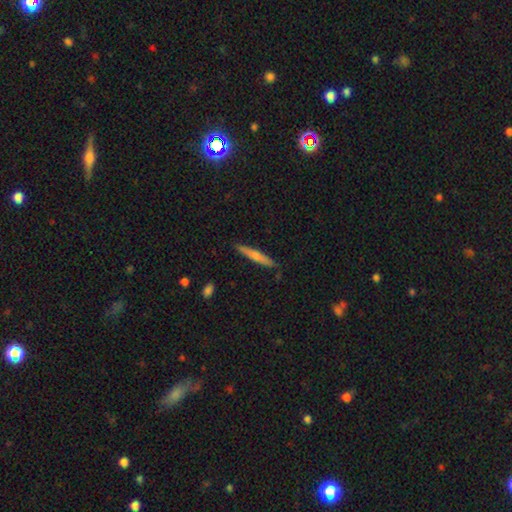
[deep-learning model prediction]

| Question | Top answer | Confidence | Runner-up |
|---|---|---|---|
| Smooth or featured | smooth | 61% | featured or disk (33%) |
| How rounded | cigar-shaped | 94% | in between (5%) |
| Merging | none | 88% | minor disturbance (9%) |